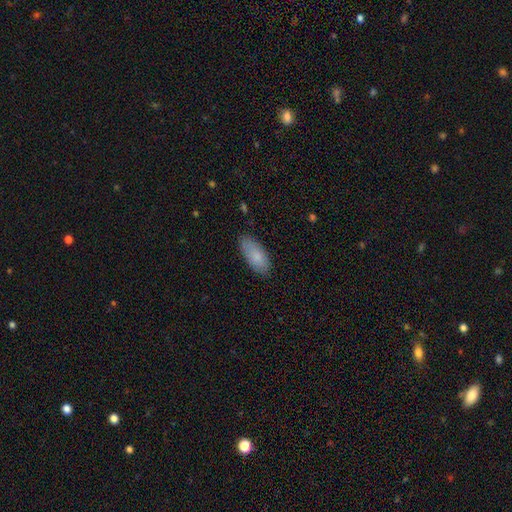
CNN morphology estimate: A smooth galaxy with no disk features (85%) that is in between round and cigar-shaped (87%). Merging: none (83%).